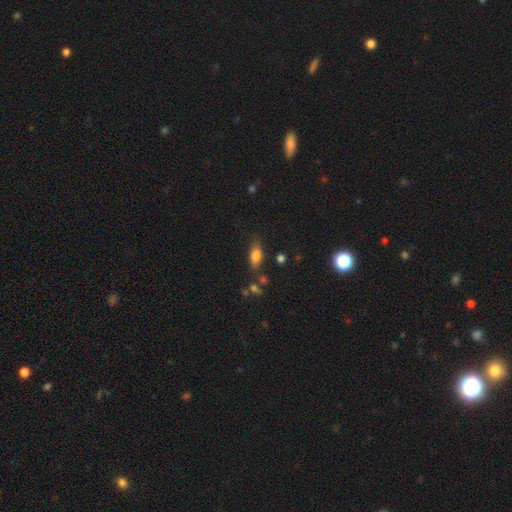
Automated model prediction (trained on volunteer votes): This is clearly a smooth galaxy (80%). How rounded: clearly in between (83%). Merging: likely none (67%).